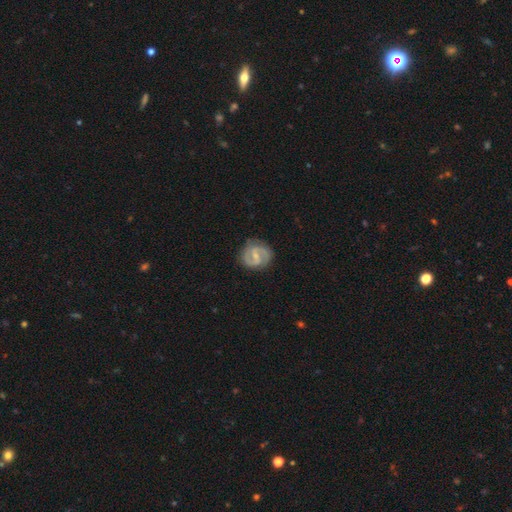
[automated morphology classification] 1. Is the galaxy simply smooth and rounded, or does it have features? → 85% featured or disk, 10% smooth, 4% star or artifact.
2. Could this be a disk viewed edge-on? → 98% no, 2% yes.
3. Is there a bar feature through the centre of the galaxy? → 56% weak, 25% strong, 18% no.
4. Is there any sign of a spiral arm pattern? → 96% yes, 4% no.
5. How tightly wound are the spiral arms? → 55% medium, 29% tight, 16% loose.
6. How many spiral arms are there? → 92% 2, 3% can't tell, 2% 1, 1% 3, 1% 4, 1% more than 4.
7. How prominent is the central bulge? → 58% small, 25% moderate, 15% none, 1% large, 1% dominant.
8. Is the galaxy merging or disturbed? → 83% none, 13% minor disturbance, 4% major disturbance, 1% merger.